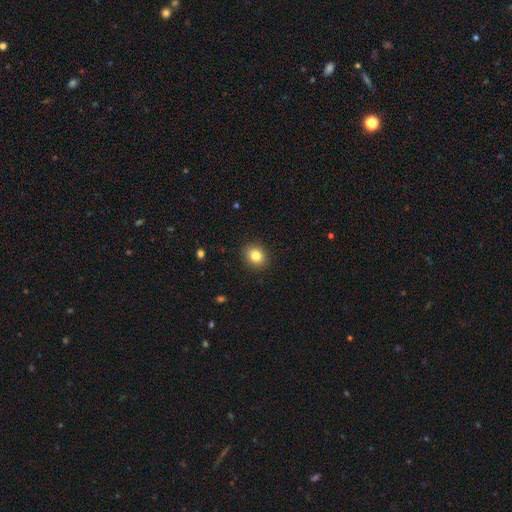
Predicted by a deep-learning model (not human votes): Smooth or featured? Predicted: smooth (p=0.82). How rounded? Predicted: round (p=0.61). Merging? Predicted: none (p=0.90).